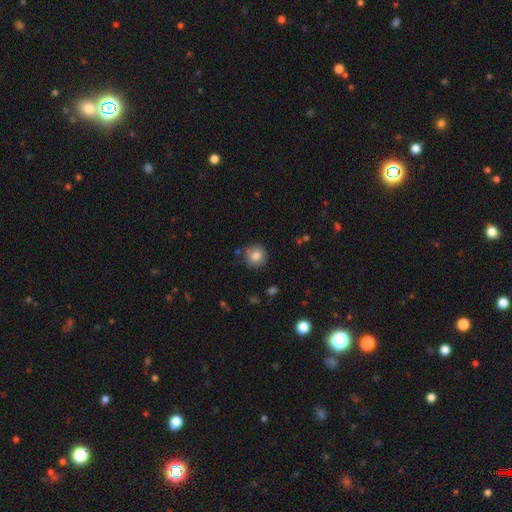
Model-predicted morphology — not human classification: smooth 82%, star or artifact 10%, featured or disk 9%. Down the decision tree: how rounded — round (89%); merging — none (82%).